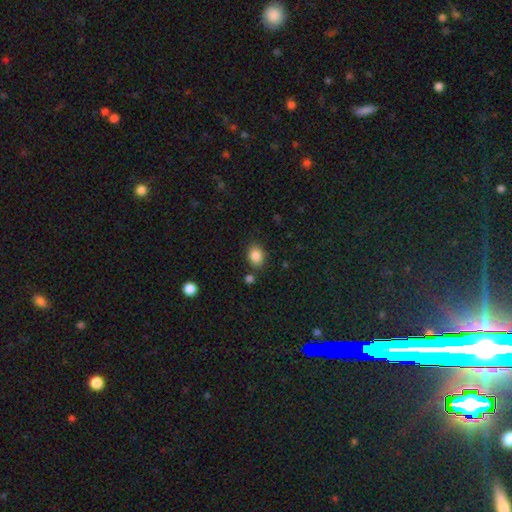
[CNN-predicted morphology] Smooth or featured: smooth — 86% (star or artifact — 9%)
How rounded: in between — 66% (round — 33%)
Merging: none — 79% (minor disturbance — 12%)